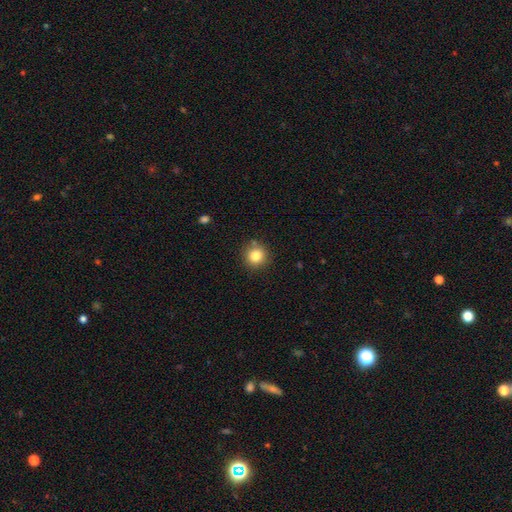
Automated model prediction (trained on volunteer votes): Smooth or featured: smooth — 82% (star or artifact — 11%)
How rounded: round — 93% (in between — 6%)
Merging: none — 86% (minor disturbance — 9%)